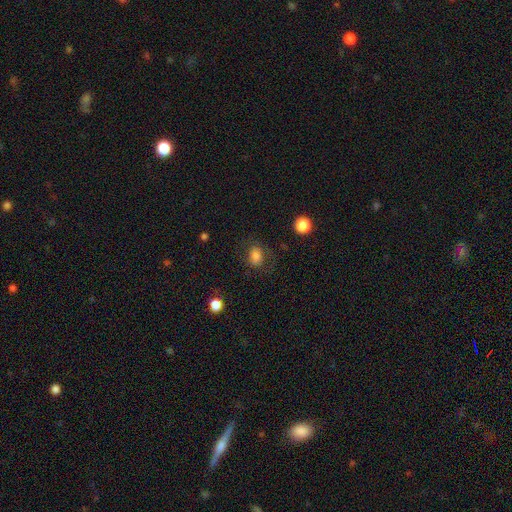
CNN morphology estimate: Overall: smooth (74%). How rounded: in between (57%; round 42%). Merging: none (67%).